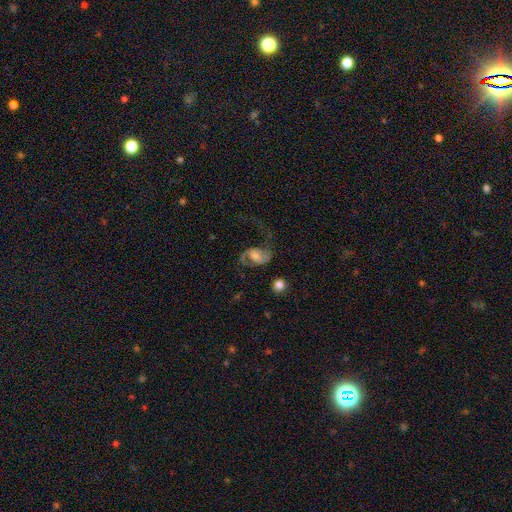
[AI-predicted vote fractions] This appears to be a featured or disk galaxy (75%) with no bar (49%), 2 (84%) loose (54%) spiral arms (91%) and a moderate central bulge (51%). Merging: none (44%).